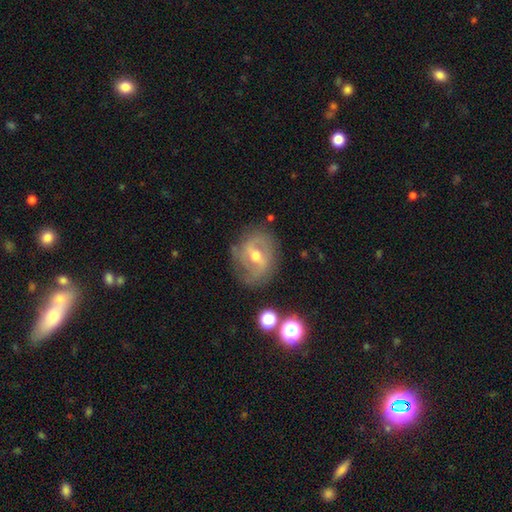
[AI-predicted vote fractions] Smooth or featured: featured or disk — 78% (smooth — 13%)
Edge-on disk: no — 96% (yes — 4%)
Bar: weak — 48% (strong — 32%)
Spiral arms: yes — 88% (no — 12%)
Spiral winding: medium — 44% (tight — 31%)
Spiral arm count: 2 — 68% (can't tell — 16%)
Bulge size: moderate — 68% (small — 28%)
Merging: none — 74% (minor disturbance — 17%)